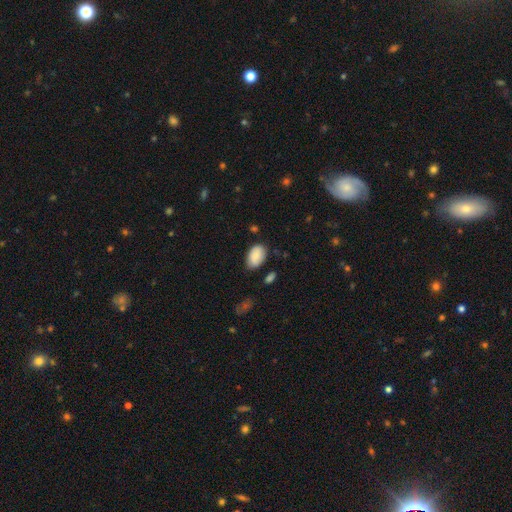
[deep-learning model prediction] Smooth or featured?
  - smooth: 86% *
  - featured or disk: 7%
  - star or artifact: 7%
How rounded?
  - in between: 91% *
  - round: 8%
  - cigar-shaped: 1%
Merging?
  - none: 73% *
  - minor disturbance: 20%
  - major disturbance: 4%
  - merger: 3%